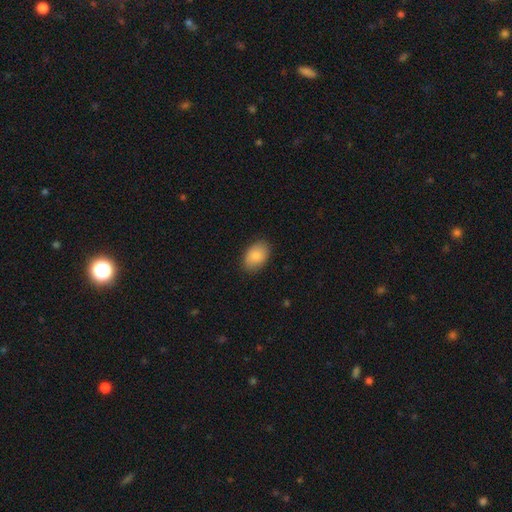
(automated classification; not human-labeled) Smooth or featured? smooth (87%)
How rounded? in between (88%)
Merging? none (86%)